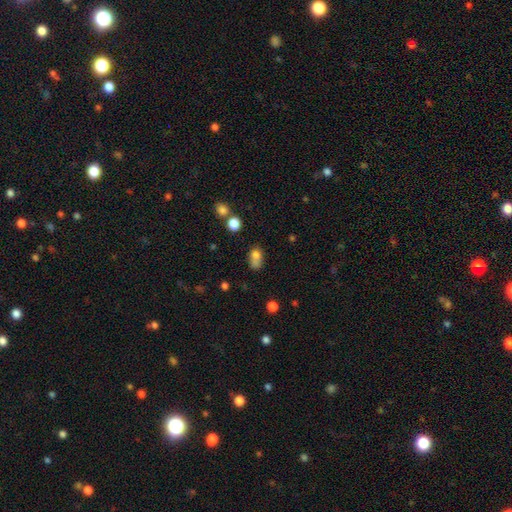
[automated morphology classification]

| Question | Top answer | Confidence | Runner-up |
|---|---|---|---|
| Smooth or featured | smooth | 74% | featured or disk (13%) |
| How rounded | in between | 62% | round (36%) |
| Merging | none | 36% | merger (34%) |